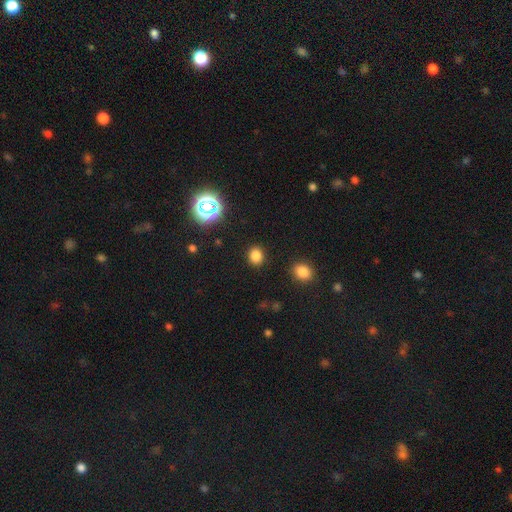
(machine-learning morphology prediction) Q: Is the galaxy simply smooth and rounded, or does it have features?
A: smooth — 82%.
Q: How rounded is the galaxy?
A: round — 69%.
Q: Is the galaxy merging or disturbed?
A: none — 89%.